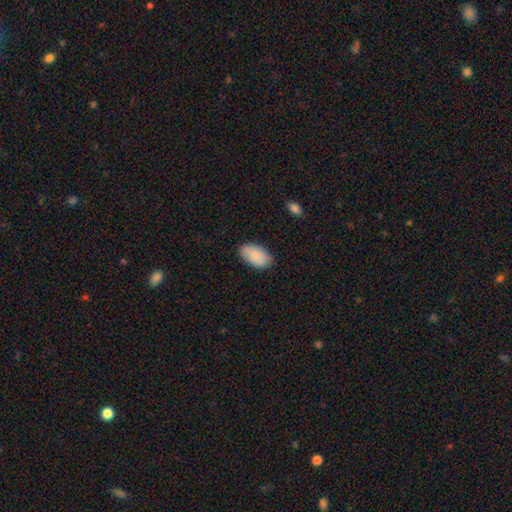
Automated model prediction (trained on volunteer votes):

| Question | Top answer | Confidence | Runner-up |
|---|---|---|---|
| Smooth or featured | smooth | 87% | featured or disk (7%) |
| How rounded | in between | 95% | round (4%) |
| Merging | none | 83% | minor disturbance (14%) |